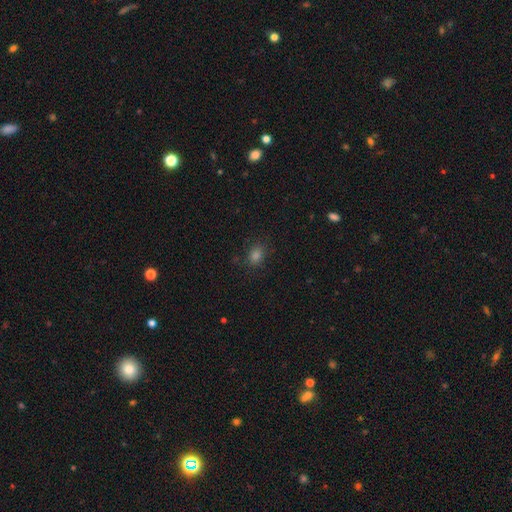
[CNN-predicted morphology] Smooth or featured?
  - smooth: 77% *
  - star or artifact: 17%
  - featured or disk: 6%
How rounded?
  - in between: 55% *
  - round: 43%
  - cigar-shaped: 1%
Merging?
  - none: 81% *
  - minor disturbance: 13%
  - major disturbance: 4%
  - merger: 2%